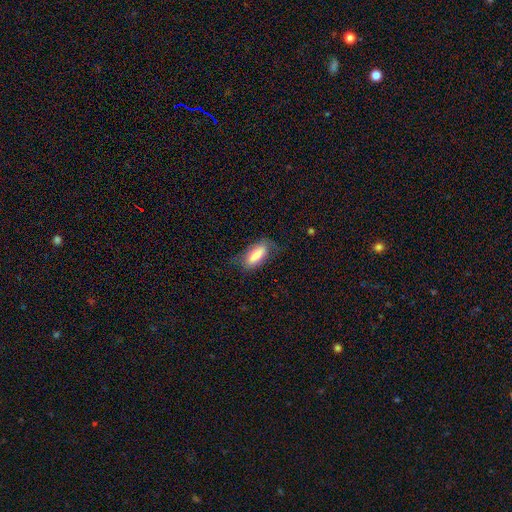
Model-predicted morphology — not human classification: Smooth or featured?
  - smooth: 74% *
  - featured or disk: 20%
  - star or artifact: 6%
How rounded?
  - in between: 77% *
  - cigar-shaped: 21%
  - round: 2%
Merging?
  - none: 63% *
  - minor disturbance: 25%
  - major disturbance: 11%
  - merger: 1%